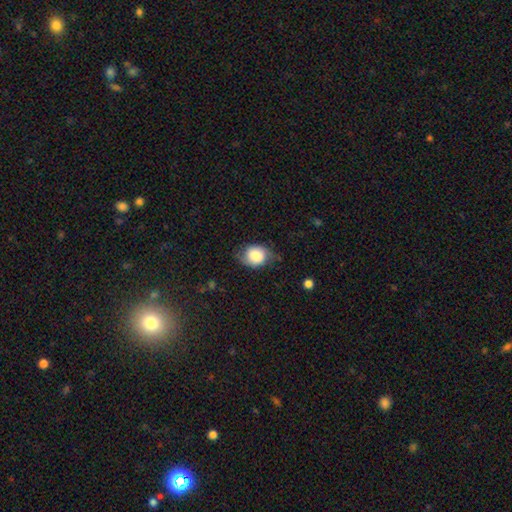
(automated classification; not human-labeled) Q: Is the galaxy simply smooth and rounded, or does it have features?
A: smooth — 65%.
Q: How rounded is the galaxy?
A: round — 54%.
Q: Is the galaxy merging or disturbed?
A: none — 57%.